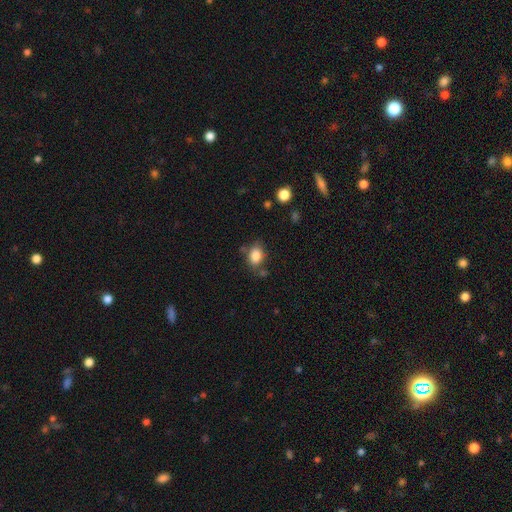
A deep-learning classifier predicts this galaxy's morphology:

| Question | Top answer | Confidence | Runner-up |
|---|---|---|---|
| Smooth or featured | smooth | 84% | star or artifact (9%) |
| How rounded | in between | 71% | round (27%) |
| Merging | none | 69% | minor disturbance (19%) |